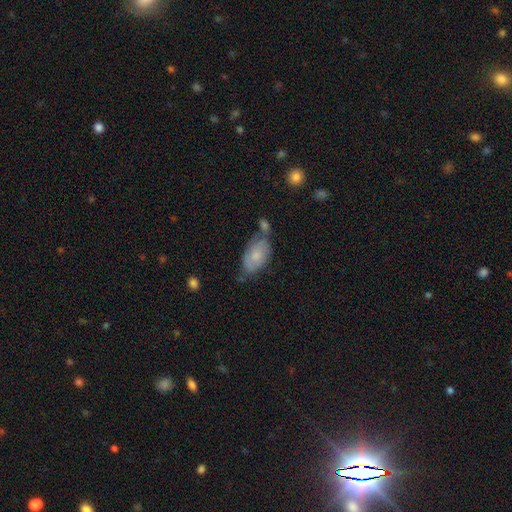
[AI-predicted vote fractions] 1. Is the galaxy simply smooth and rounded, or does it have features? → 64% smooth, 28% featured or disk, 7% star or artifact.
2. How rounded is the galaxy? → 92% in between, 5% round, 3% cigar-shaped.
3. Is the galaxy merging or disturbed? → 47% none, 26% minor disturbance, 19% merger, 8% major disturbance.